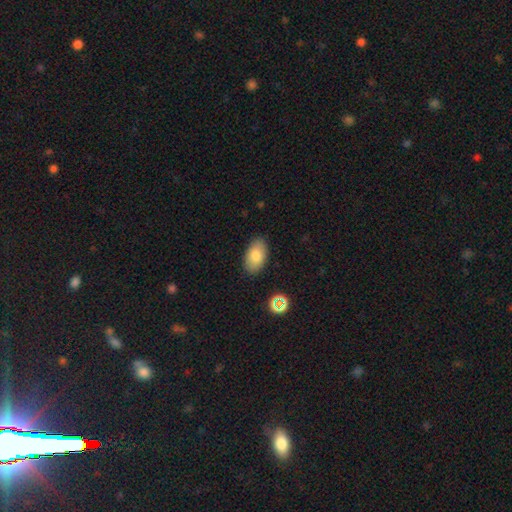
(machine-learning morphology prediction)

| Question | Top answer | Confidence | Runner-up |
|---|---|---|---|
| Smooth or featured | smooth | 81% | featured or disk (11%) |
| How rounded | in between | 94% | round (5%) |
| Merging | none | 86% | minor disturbance (10%) |